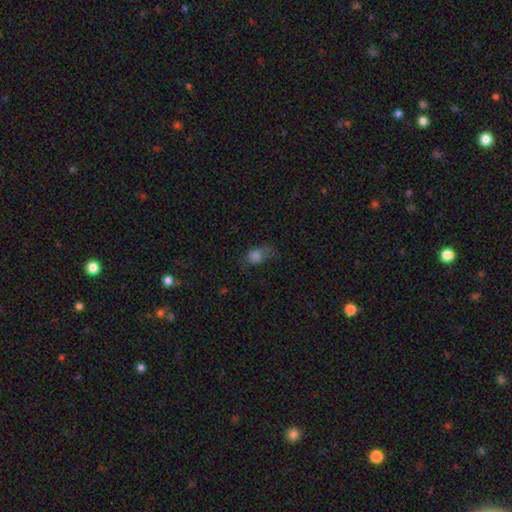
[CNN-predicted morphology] The model was most divided on "merging": none: 43%, minor disturbance: 34%, major disturbance: 21%, merger: 3%. More confident: smooth or featured — smooth (76%); how rounded — in between (70%).